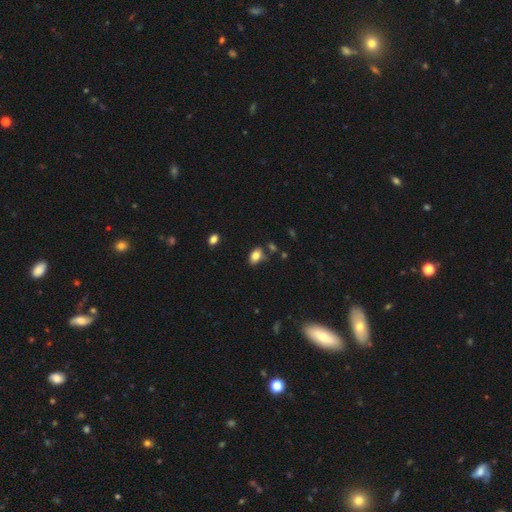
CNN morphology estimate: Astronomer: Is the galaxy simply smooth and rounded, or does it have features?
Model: smooth — 81%.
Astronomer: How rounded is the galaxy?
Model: in between — 85%.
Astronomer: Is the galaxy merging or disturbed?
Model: none — 74%.